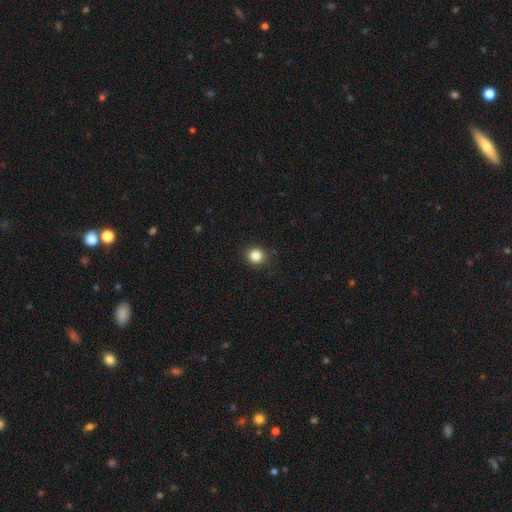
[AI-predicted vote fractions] A smooth galaxy with no disk features (85%) that is round (88%).

Vote fractions:
- Smooth or featured? smooth: 85% / star or artifact: 11% / featured or disk: 4%
- How rounded? round: 88% / in between: 11% / cigar-shaped: 1%
- Merging? none: 89% / minor disturbance: 8% / major disturbance: 2% / merger: 1%